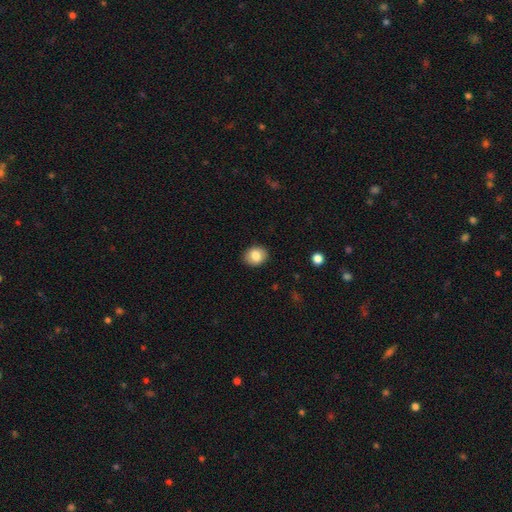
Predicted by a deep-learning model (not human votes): Smooth or featured? Predicted: smooth (p=0.83). How rounded? Predicted: round (p=0.58). Merging? Predicted: none (p=0.89).